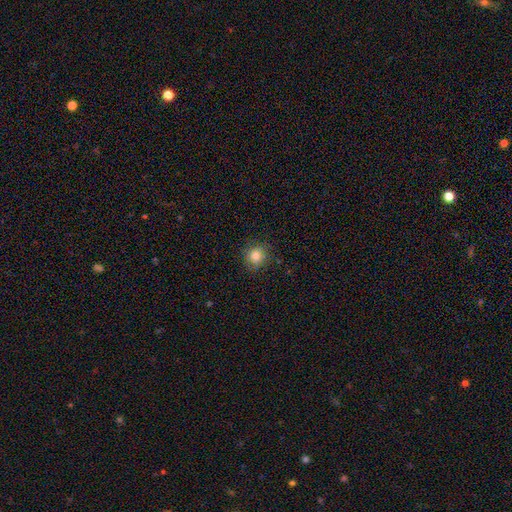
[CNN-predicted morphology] Smooth or featured?
  - smooth: 83% *
  - star or artifact: 11%
  - featured or disk: 6%
How rounded?
  - round: 87% *
  - in between: 12%
  - cigar-shaped: 1%
Merging?
  - none: 86% *
  - minor disturbance: 10%
  - major disturbance: 2%
  - merger: 1%